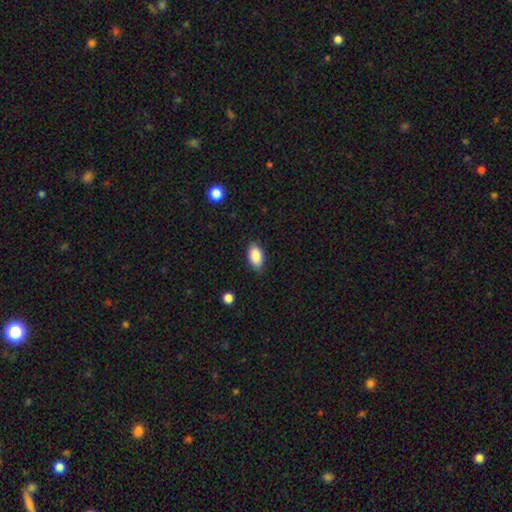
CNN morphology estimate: This is clearly a smooth galaxy (88%). How rounded: clearly in between (93%). Merging: clearly none (82%).